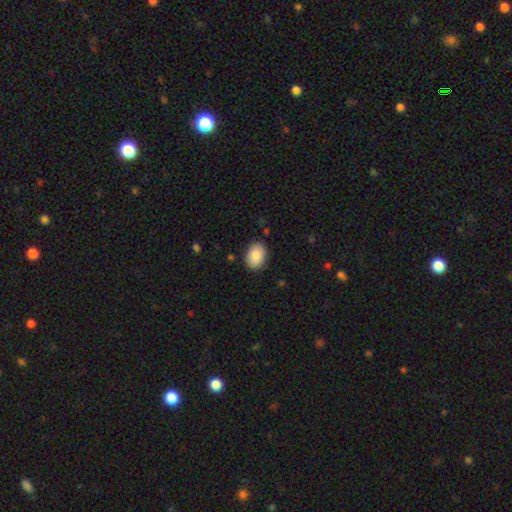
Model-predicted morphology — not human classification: Overall: smooth (88%). How rounded: in between (76%). Merging: none (87%).